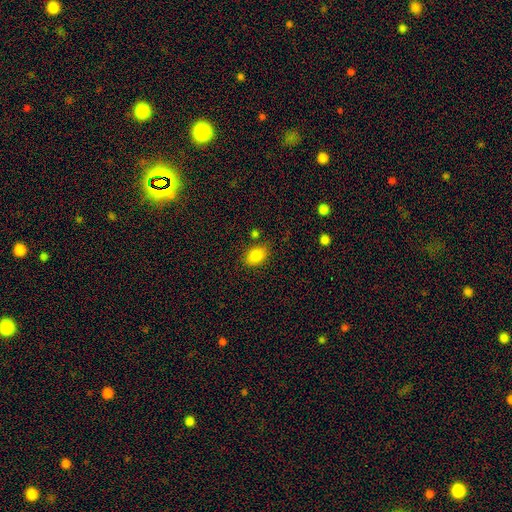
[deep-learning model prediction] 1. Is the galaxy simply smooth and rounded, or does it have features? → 86% smooth, 9% star or artifact, 6% featured or disk.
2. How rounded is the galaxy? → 81% in between, 17% round, 1% cigar-shaped.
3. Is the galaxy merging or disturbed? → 78% none, 14% minor disturbance, 4% merger, 4% major disturbance.